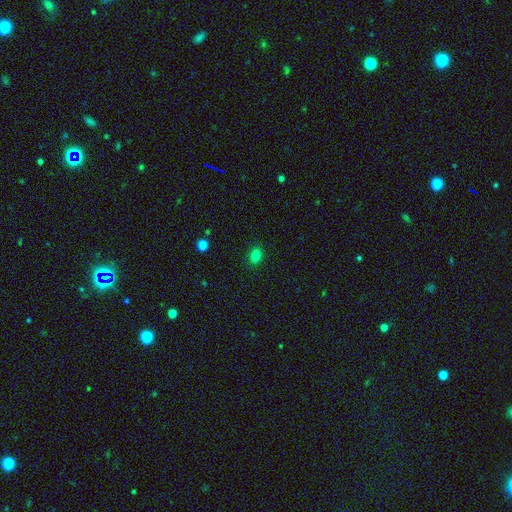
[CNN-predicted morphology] This is clearly a smooth galaxy (82%). How rounded: likely in between (65%). Merging: clearly none (88%).